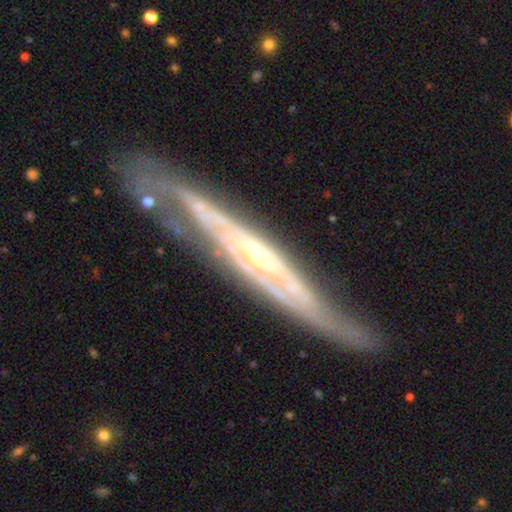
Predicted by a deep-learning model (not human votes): Q: Smooth or featured?
A: featured or disk (85%); runner-up: smooth (9%)
Q: Edge-on disk?
A: yes (59%); runner-up: no (41%)
Q: Edge-on bulge?
A: rounded (48%); runner-up: none (46%)
Q: Merging?
A: none (76%); runner-up: minor disturbance (17%)